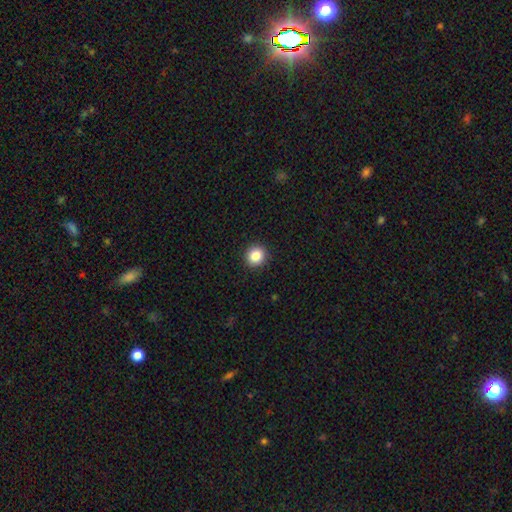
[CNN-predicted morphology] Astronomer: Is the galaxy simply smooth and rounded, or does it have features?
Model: smooth — 85%.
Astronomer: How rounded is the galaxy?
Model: round — 90%.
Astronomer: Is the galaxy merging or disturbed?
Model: none — 93%.